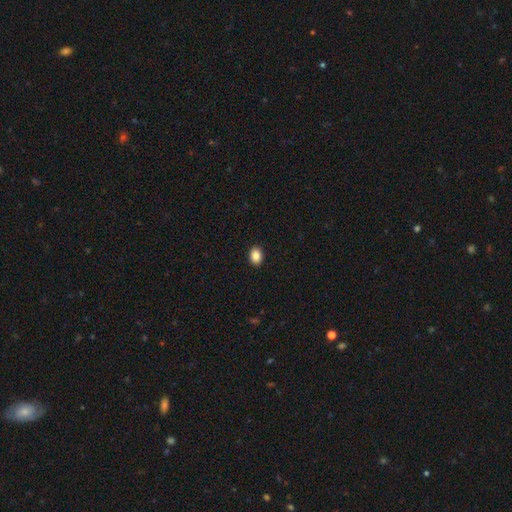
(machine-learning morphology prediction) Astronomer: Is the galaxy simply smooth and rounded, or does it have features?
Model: smooth — 88%.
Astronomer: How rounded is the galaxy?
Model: in between — 74%.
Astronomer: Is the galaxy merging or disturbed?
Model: none — 91%.